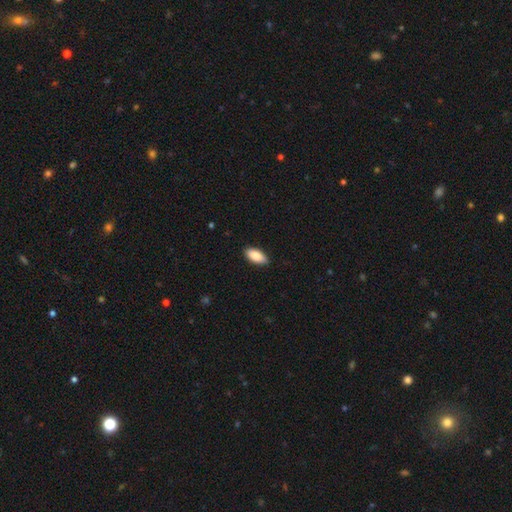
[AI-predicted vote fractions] Smooth or featured?
  - smooth: 87% *
  - featured or disk: 7%
  - star or artifact: 6%
How rounded?
  - in between: 88% *
  - cigar-shaped: 9%
  - round: 2%
Merging?
  - none: 88% *
  - minor disturbance: 9%
  - major disturbance: 2%
  - merger: 1%